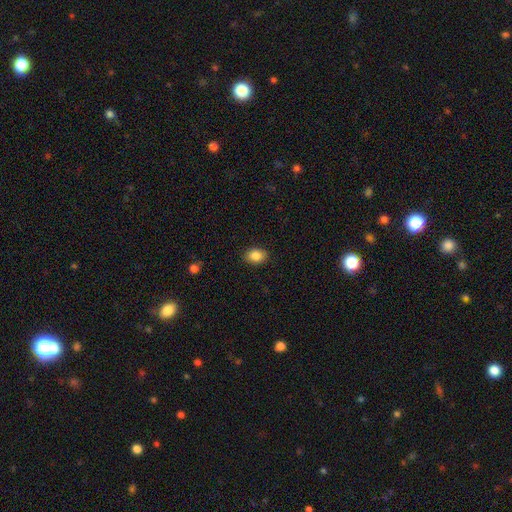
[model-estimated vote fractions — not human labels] Smooth or featured? smooth (87%)
How rounded? in between (68%)
Merging? none (88%)